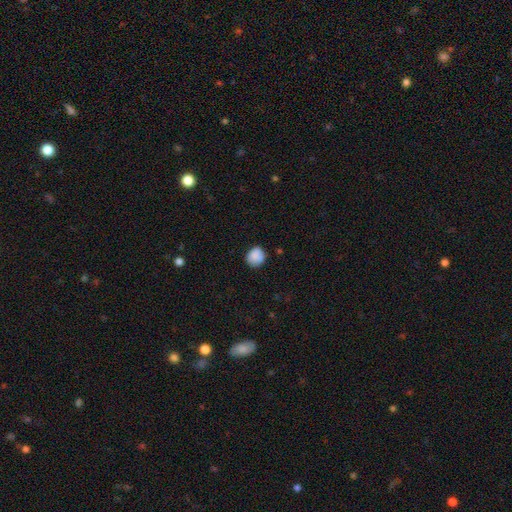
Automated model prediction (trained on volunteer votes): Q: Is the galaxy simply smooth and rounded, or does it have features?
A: smooth — 86%.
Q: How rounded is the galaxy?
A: round — 82%.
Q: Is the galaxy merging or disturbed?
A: none — 78%.